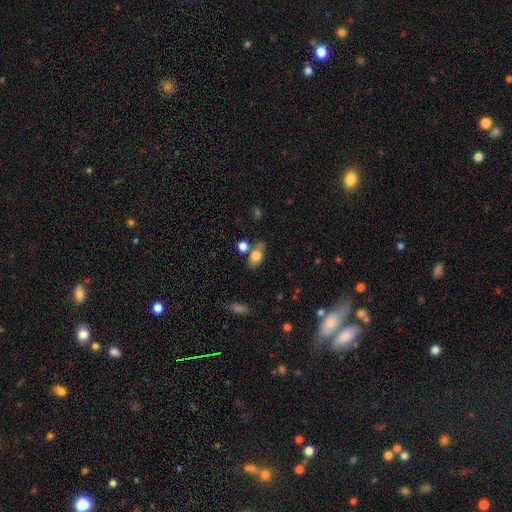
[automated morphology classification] A smooth galaxy with no disk features (78%) that is in between round and cigar-shaped (78%).

Vote fractions:
- Smooth or featured? smooth: 78% / featured or disk: 13% / star or artifact: 9%
- How rounded? in between: 78% / round: 19% / cigar-shaped: 3%
- Merging? none: 55% / merger: 20% / minor disturbance: 19% / major disturbance: 7%